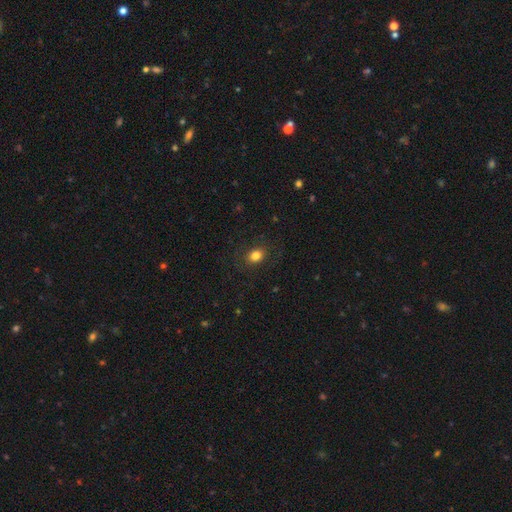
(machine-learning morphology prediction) Smooth or featured: smooth — 82% (star or artifact — 11%)
How rounded: in between — 55% (round — 44%)
Merging: none — 84% (minor disturbance — 10%)